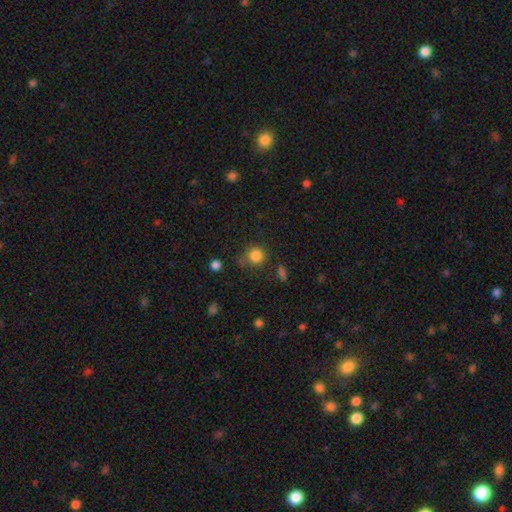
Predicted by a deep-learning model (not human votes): A smooth galaxy with no disk features (84%) that is round (90%). Merging: none (74%).